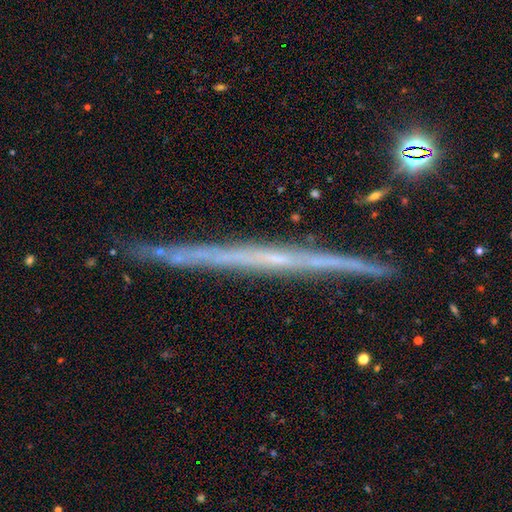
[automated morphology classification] smooth-or-featured: featured or disk: 73% | smooth: 19% | star or artifact: 8%
  disk-edge-on: yes: 98% | no: 2%
    edge-on-bulge: none: 84% | rounded: 11% | boxy: 5%
  merging: none: 88% | minor disturbance: 9% | merger: 2% | major disturbance: 2%